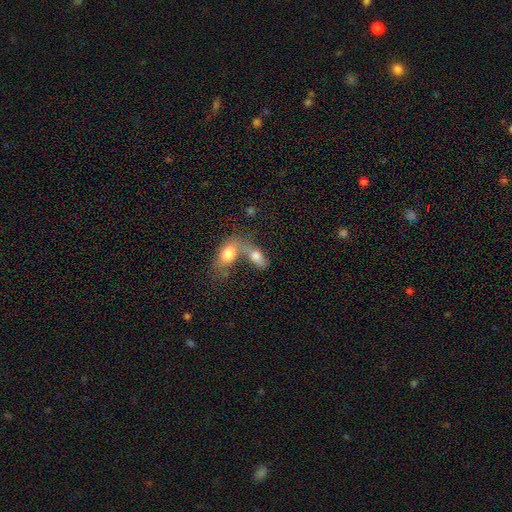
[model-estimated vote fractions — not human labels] Overall: smooth (71%). How rounded: in between (82%). Merging: merger (67%).